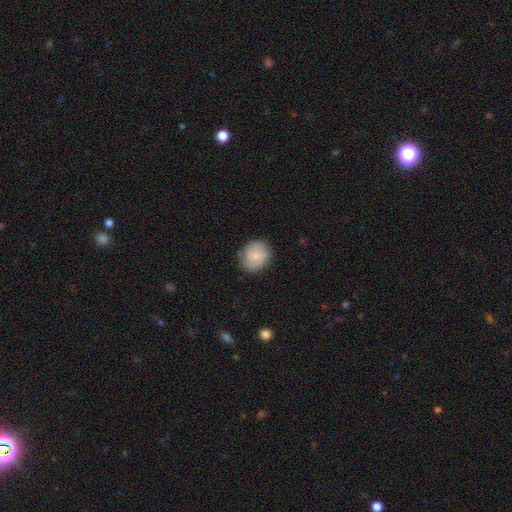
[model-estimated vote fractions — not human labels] Smooth or featured?
  - smooth: 77% *
  - featured or disk: 16%
  - star or artifact: 7%
How rounded?
  - round: 67% *
  - in between: 32%
  - cigar-shaped: 1%
Merging?
  - none: 79% *
  - minor disturbance: 16%
  - major disturbance: 4%
  - merger: 1%